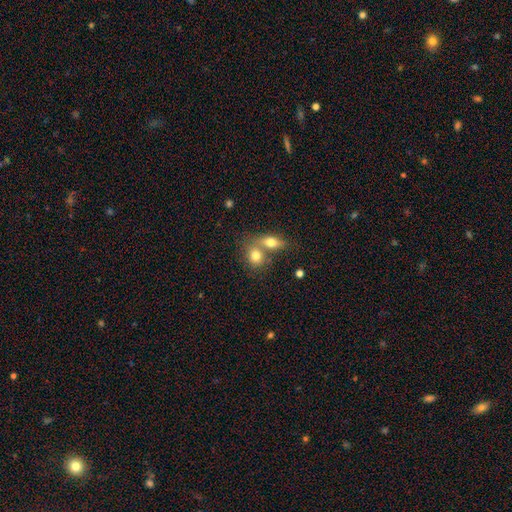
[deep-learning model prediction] The model was most divided on "how rounded": round: 51%, in between: 47%, cigar-shaped: 3%. More confident: smooth or featured — smooth (77%); merging — merger (55%).